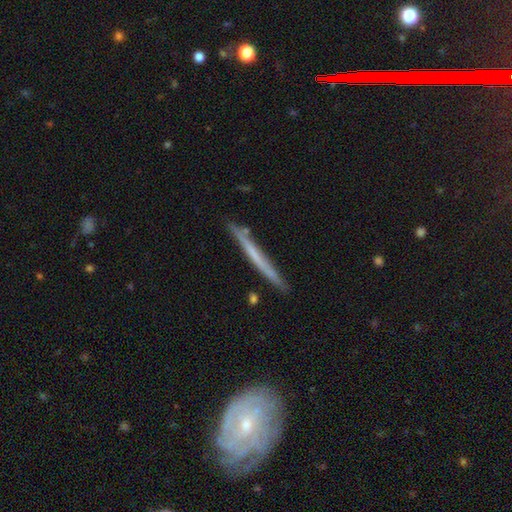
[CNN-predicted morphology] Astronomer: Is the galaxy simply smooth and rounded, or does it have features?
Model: featured or disk — 52% (runner-up: smooth, 43%).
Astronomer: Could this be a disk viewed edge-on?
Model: yes — 96%.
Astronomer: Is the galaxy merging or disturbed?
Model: none — 87%.